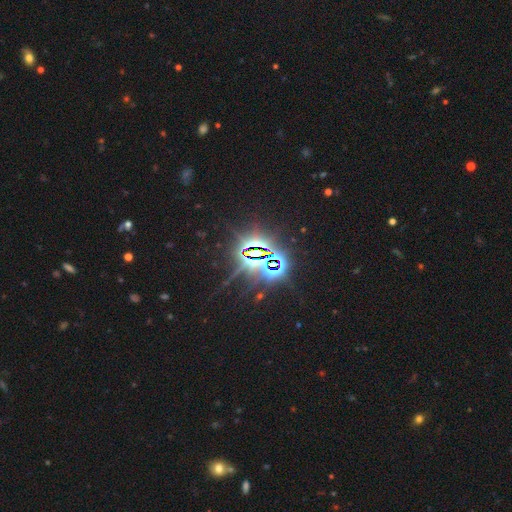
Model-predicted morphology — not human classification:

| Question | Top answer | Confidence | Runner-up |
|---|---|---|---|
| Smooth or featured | star or artifact | 85% | featured or disk (8%) |